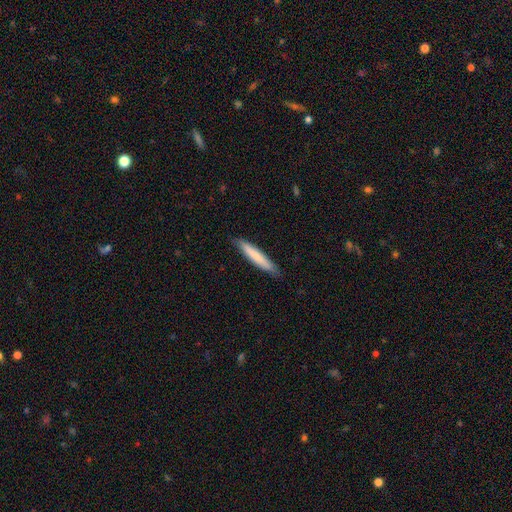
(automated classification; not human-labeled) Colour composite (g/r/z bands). It shows a smooth galaxy with no disk features (74%) that is cigar-shaped (93%). Merging: none (87%).